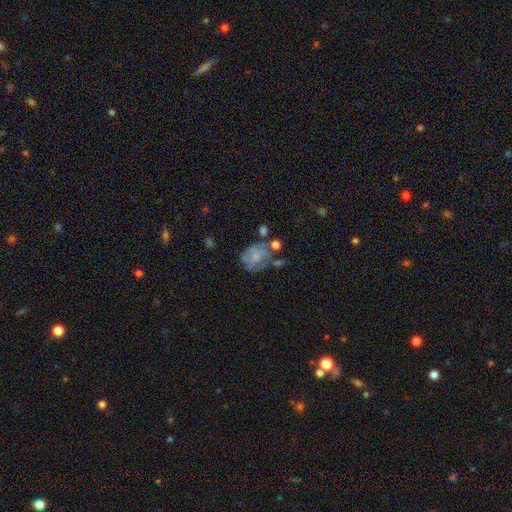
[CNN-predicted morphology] Overall: smooth (50%; featured or disk 40%). How rounded: in between (50%; round 49%). Merging: none (37%; minor disturbance 26%).